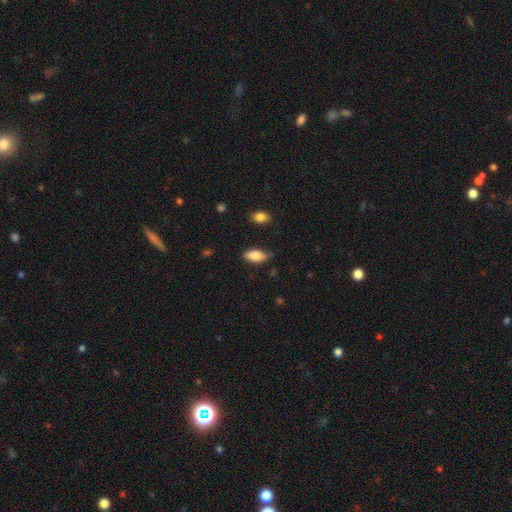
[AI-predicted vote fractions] Smooth or featured: smooth — 79% (featured or disk — 14%)
How rounded: in between — 86% (cigar-shaped — 11%)
Merging: none — 75% (minor disturbance — 19%)